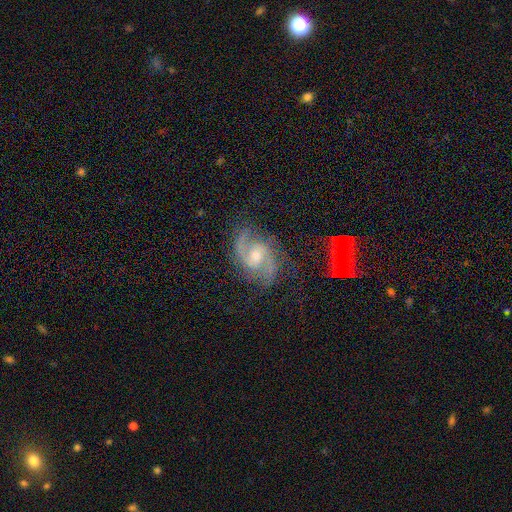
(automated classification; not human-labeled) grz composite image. It shows a featured or disk galaxy (89%) with a weak bar (46%), 2 (87%) medium (58%) spiral arms (98%) and a moderate central bulge (57%). Merging: none (75%).